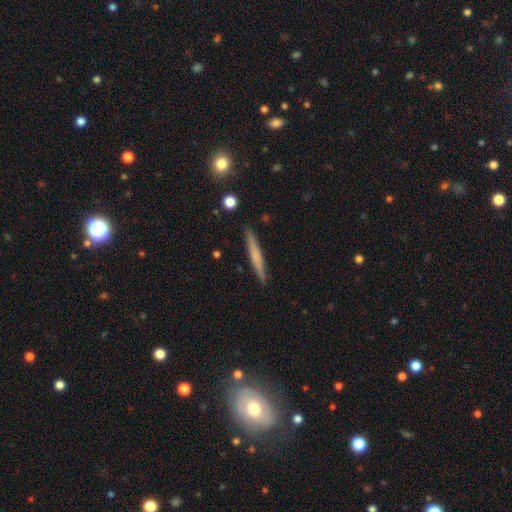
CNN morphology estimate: smooth-or-featured: smooth: 55% | featured or disk: 39% | star or artifact: 6%
  how-rounded: cigar-shaped: 96% | in between: 2% | round: 2%
  merging: none: 91% | minor disturbance: 7% | major disturbance: 1% | merger: 1%